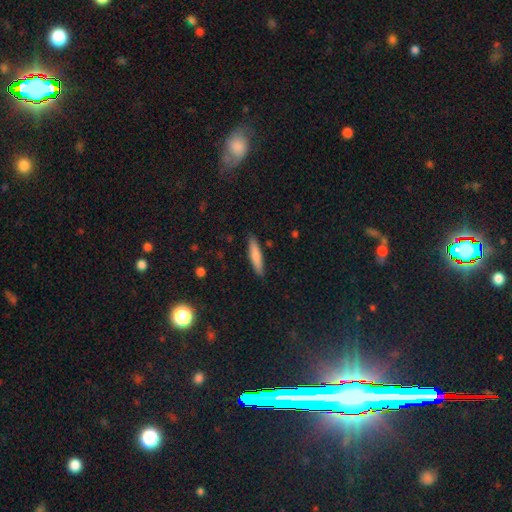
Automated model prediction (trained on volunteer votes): Overall: smooth (76%). How rounded: cigar-shaped (86%). Merging: none (88%).